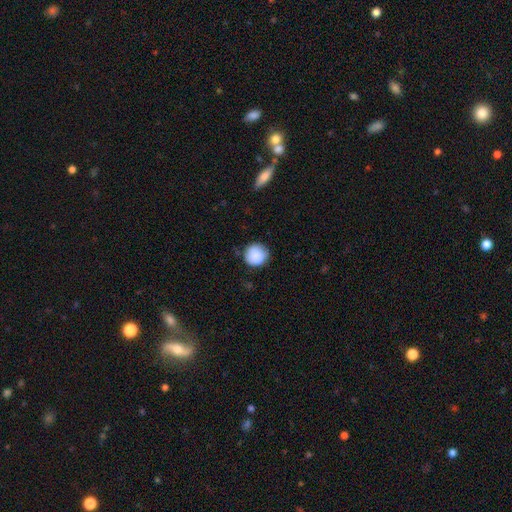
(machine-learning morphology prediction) smooth_or_featured: smooth (p=0.87) [alt: star or artifact p=0.07]
how_rounded: round (p=0.93) [alt: in between p=0.06]
merging: none (p=0.79) [alt: minor disturbance p=0.16]